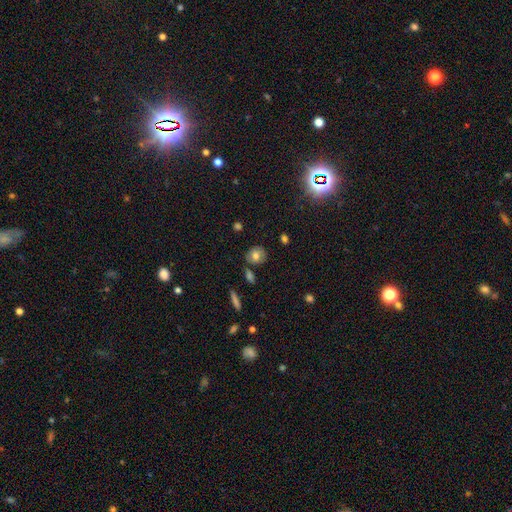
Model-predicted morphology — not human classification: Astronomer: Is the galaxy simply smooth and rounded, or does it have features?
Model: smooth — 68%.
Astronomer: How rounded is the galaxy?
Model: round — 65%.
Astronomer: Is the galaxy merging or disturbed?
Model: none — 77%.